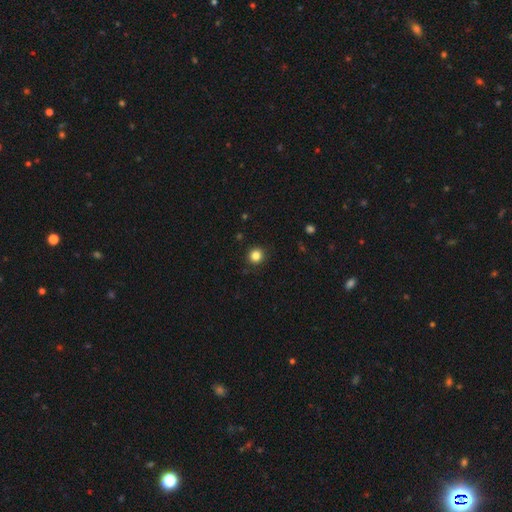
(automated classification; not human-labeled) A smooth galaxy with no disk features (84%) that is round (93%).

Vote fractions:
- Smooth or featured? smooth: 84% / star or artifact: 12% / featured or disk: 4%
- How rounded? round: 93% / in between: 6% / cigar-shaped: 1%
- Merging? none: 90% / minor disturbance: 7% / major disturbance: 2% / merger: 1%